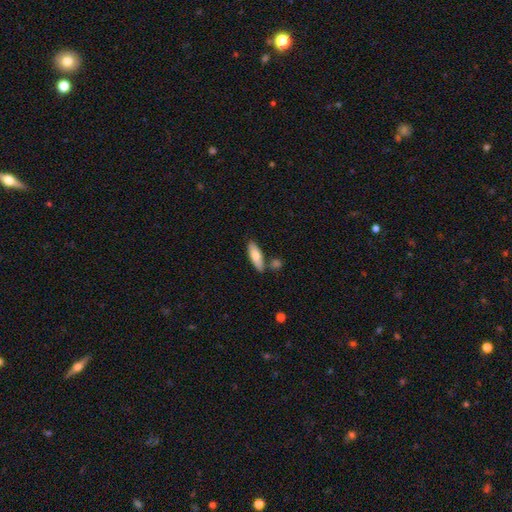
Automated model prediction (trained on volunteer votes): Smooth or featured?
  - smooth: 74% *
  - featured or disk: 20%
  - star or artifact: 6%
How rounded?
  - in between: 54% *
  - cigar-shaped: 44%
  - round: 2%
Merging?
  - none: 74% *
  - minor disturbance: 13%
  - merger: 10%
  - major disturbance: 3%